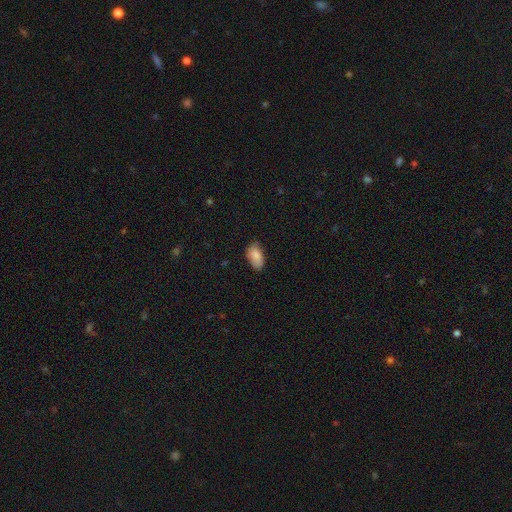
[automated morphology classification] smooth_or_featured: smooth (p=0.86) [alt: star or artifact p=0.07]
how_rounded: in between (p=0.94) [alt: round p=0.04]
merging: none (p=0.74) [alt: minor disturbance p=0.21]